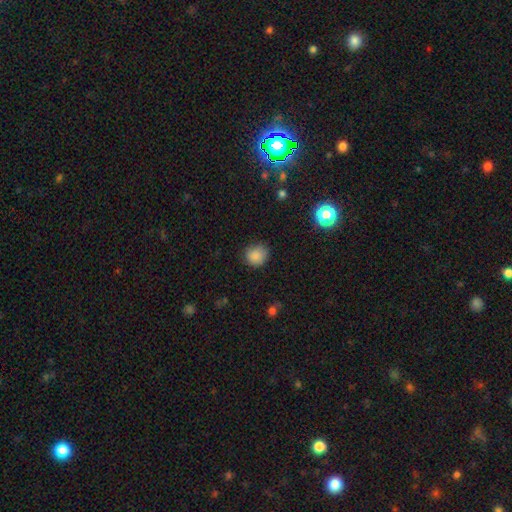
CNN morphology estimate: Smooth or featured?
  - smooth: 84% *
  - star or artifact: 11%
  - featured or disk: 5%
How rounded?
  - round: 85% *
  - in between: 14%
  - cigar-shaped: 1%
Merging?
  - none: 77% *
  - minor disturbance: 18%
  - major disturbance: 4%
  - merger: 1%